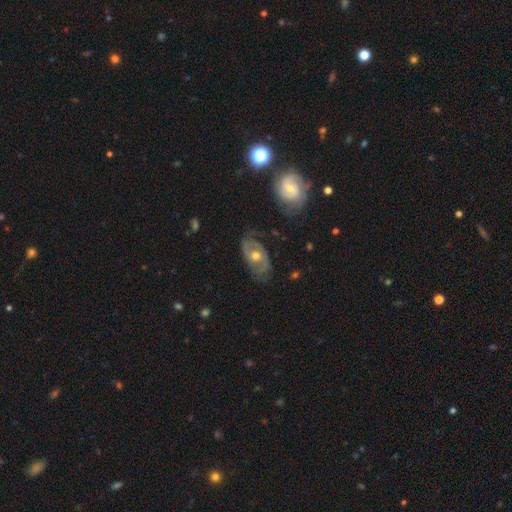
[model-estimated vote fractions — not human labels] smooth_or_featured: featured or disk (p=0.75) [alt: smooth p=0.18]
disk_edge_on: no (p=0.94) [alt: yes p=0.06]
bar: no (p=0.68) [alt: weak p=0.24]
has_spiral_arms: yes (p=0.78) [alt: no p=0.22]
spiral_winding: medium (p=0.42) [alt: tight p=0.41]
spiral_arm_count: 2 (p=0.72) [alt: can't tell p=0.18]
bulge_size: moderate (p=0.72) [alt: small p=0.21]
merging: none (p=0.71) [alt: minor disturbance p=0.18]